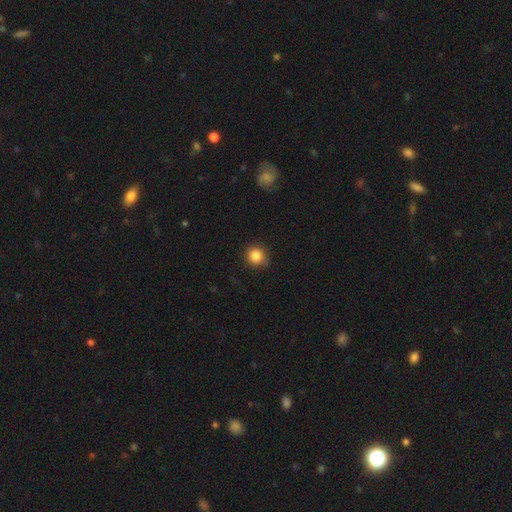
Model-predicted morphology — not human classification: A smooth galaxy with no disk features (85%) that is round (89%).

Vote fractions:
- Smooth or featured? smooth: 85% / star or artifact: 11% / featured or disk: 4%
- How rounded? round: 89% / in between: 10% / cigar-shaped: 1%
- Merging? none: 83% / minor disturbance: 13% / major disturbance: 3% / merger: 1%